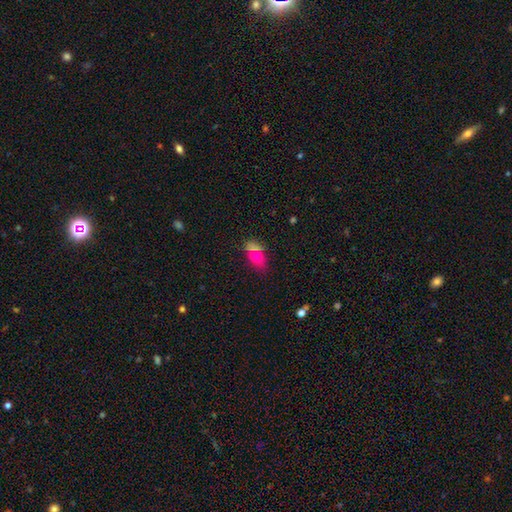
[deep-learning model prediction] The model was most divided on "merging": none: 69%, minor disturbance: 16%, merger: 9%, major disturbance: 6%. More confident: how rounded — in between (83%); smooth or featured — smooth (70%).